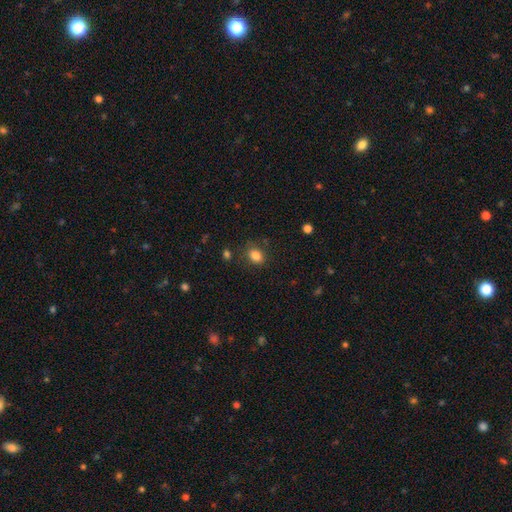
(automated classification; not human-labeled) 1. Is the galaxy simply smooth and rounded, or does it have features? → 84% smooth, 10% star or artifact, 6% featured or disk.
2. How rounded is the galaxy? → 64% in between, 35% round, 1% cigar-shaped.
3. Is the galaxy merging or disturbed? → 79% none, 14% minor disturbance, 4% major disturbance, 3% merger.